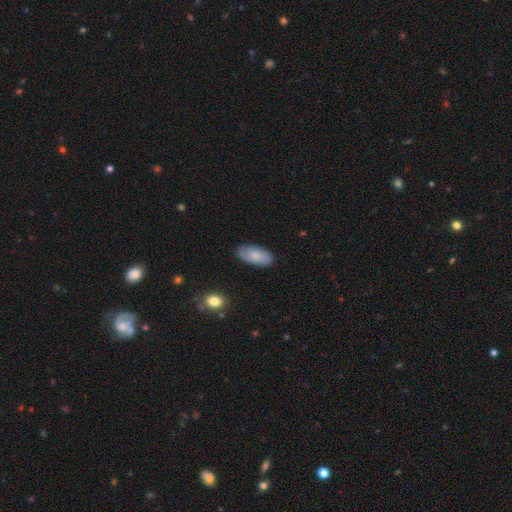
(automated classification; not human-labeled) smooth_or_featured: smooth (p=0.76) [alt: featured or disk p=0.18]
how_rounded: in between (p=0.92) [alt: cigar-shaped p=0.06]
merging: none (p=0.81) [alt: minor disturbance p=0.15]